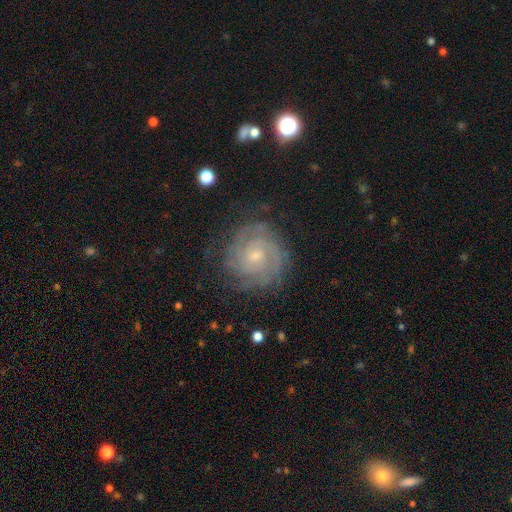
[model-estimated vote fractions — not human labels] Smooth or featured?
  - featured or disk: 85% *
  - smooth: 9%
  - star or artifact: 6%
Edge-on disk?
  - no: 98% *
  - yes: 2%
Bar?
  - no: 68% *
  - weak: 27%
  - strong: 5%
Spiral arms?
  - yes: 97% *
  - no: 3%
Spiral winding?
  - tight: 78% *
  - medium: 19%
  - loose: 3%
Spiral arm count?
  - 2: 31% *
  - can't tell: 27%
  - 3: 21%
  - 4: 10%
  - more than 4: 5%
  - 1: 5%
Bulge size?
  - small: 62% *
  - moderate: 33%
  - none: 2%
  - large: 1%
  - dominant: 1%
Merging?
  - none: 78% *
  - minor disturbance: 15%
  - major disturbance: 6%
  - merger: 1%